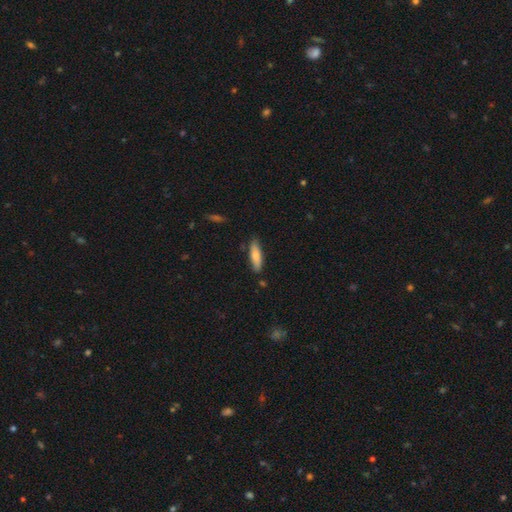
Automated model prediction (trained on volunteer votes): A smooth galaxy with no disk features (74%) that is cigar-shaped (61%). Merging: none (83%).